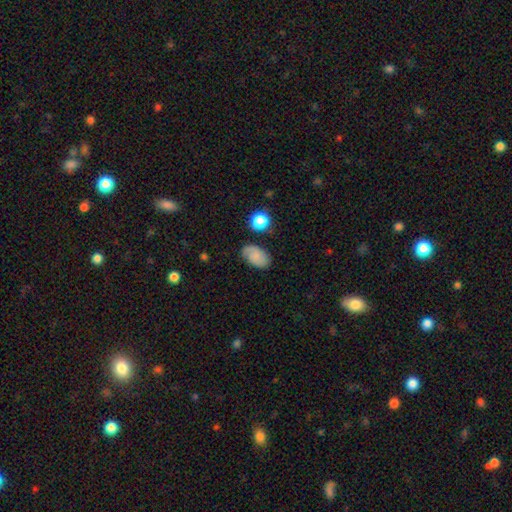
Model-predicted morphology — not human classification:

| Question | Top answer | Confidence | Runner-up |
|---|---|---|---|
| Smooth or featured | smooth | 66% | featured or disk (24%) |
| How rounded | in between | 89% | round (9%) |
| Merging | none | 69% | minor disturbance (22%) |